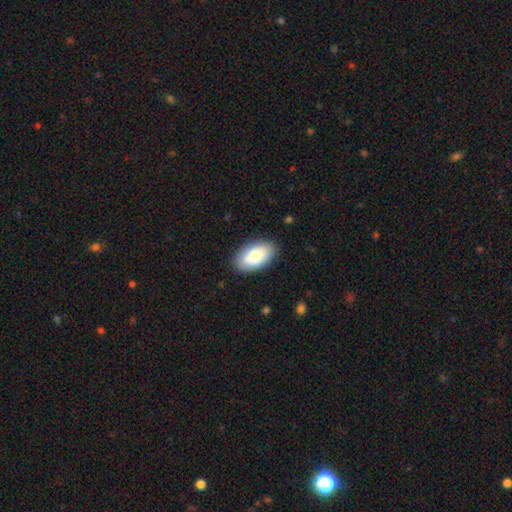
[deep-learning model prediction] This is likely a smooth galaxy (79%). How rounded: clearly in between (95%). Merging: clearly none (82%).